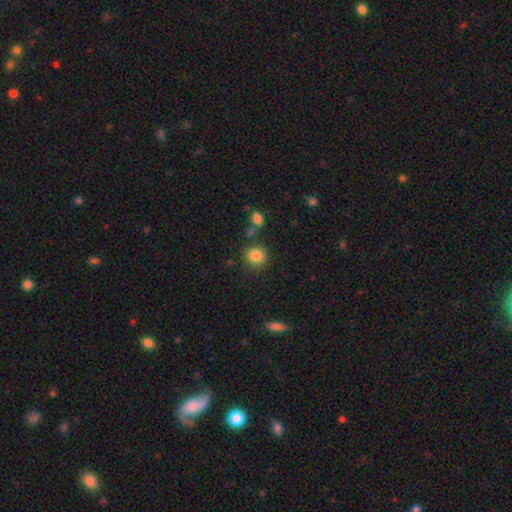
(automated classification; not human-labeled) Smooth or featured? Predicted: smooth (p=0.86). How rounded? Predicted: round (p=0.89). Merging? Predicted: none (p=0.82).